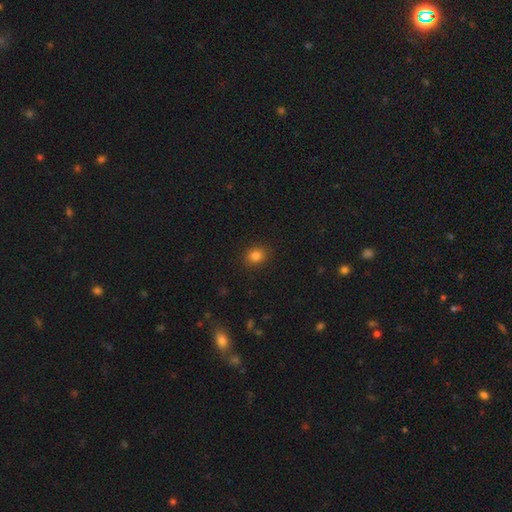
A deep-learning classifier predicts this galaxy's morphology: A smooth galaxy with no disk features (83%) that is round (60%).

Vote fractions:
- Smooth or featured? smooth: 83% / star or artifact: 12% / featured or disk: 5%
- How rounded? round: 60% / in between: 39% / cigar-shaped: 1%
- Merging? none: 88% / minor disturbance: 8% / major disturbance: 2% / merger: 1%